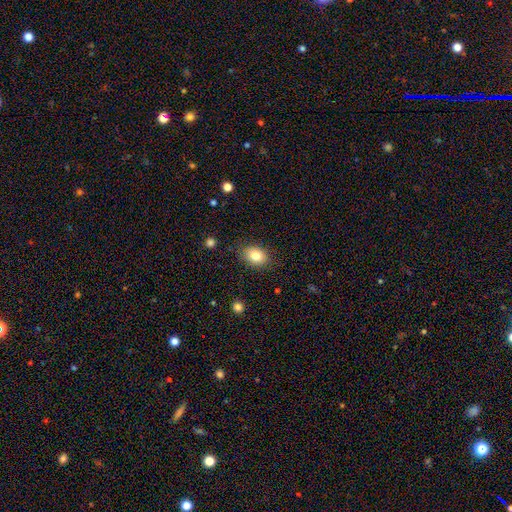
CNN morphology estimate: Q: Smooth or featured?
A: smooth (83%); runner-up: star or artifact (9%)
Q: How rounded?
A: in between (72%); runner-up: round (27%)
Q: Merging?
A: none (83%); runner-up: minor disturbance (13%)